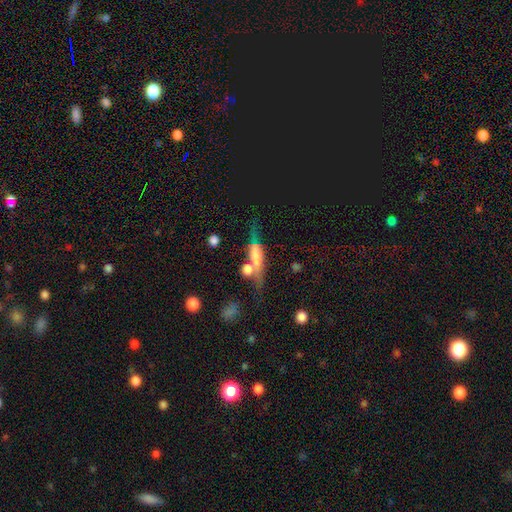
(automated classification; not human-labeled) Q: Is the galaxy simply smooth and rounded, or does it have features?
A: featured or disk — 57%.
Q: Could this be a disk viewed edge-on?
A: yes — 77%.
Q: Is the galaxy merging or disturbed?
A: none — 50%.